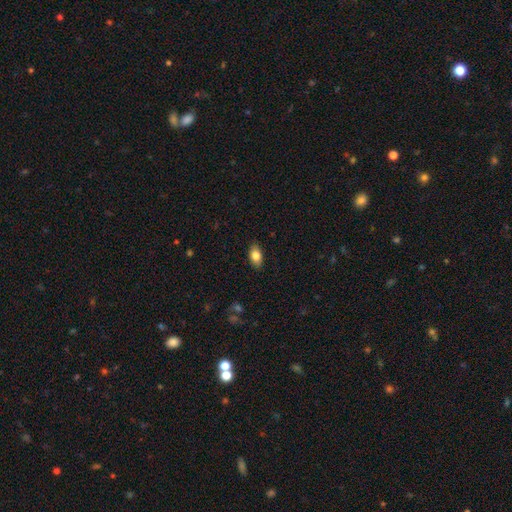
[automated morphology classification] smooth 82%, featured or disk 10%, star or artifact 7%. Down the decision tree: how rounded — in between (90%); merging — none (87%).